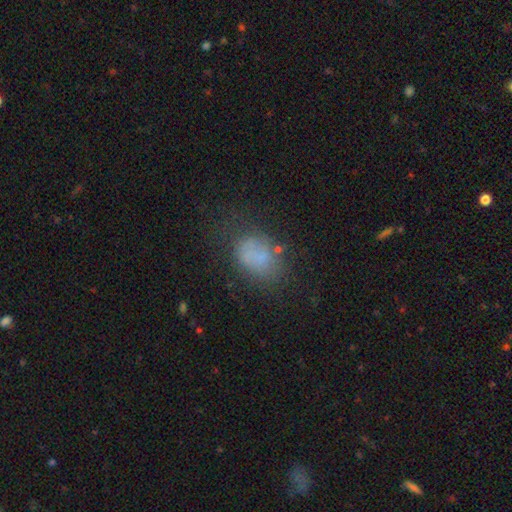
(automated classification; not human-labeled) Smooth or featured? smooth (70%)
How rounded? in between (76%)
Merging? none (55%)